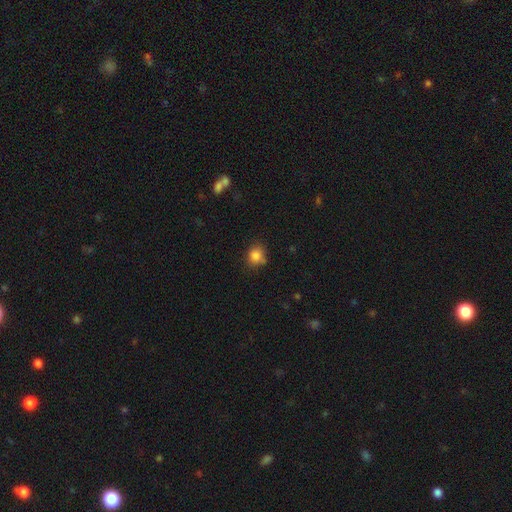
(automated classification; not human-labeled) Overall: smooth (84%). How rounded: round (76%). Merging: none (70%).